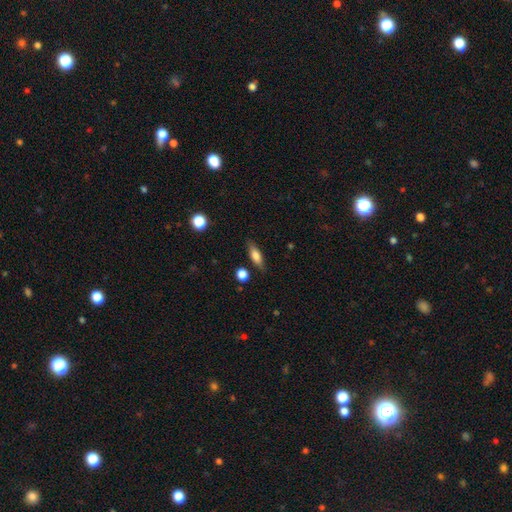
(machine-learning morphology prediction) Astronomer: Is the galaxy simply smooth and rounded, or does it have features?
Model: smooth — 73%.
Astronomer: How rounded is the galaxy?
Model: in between — 60% (runner-up: cigar-shaped, 36%).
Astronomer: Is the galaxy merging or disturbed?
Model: none — 81%.